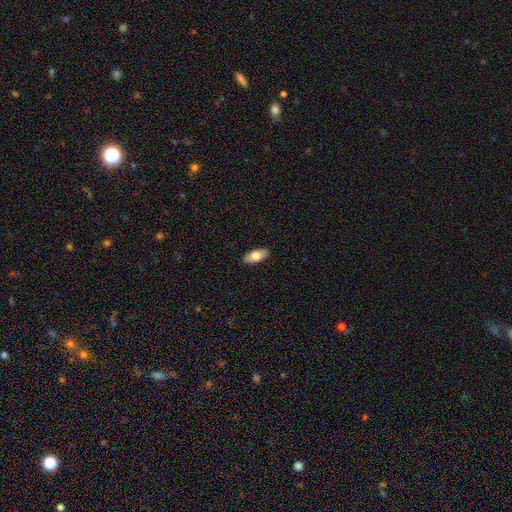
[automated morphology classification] This appears to be a smooth galaxy with no disk features (77%) that is in between round and cigar-shaped (89%). Merging: none (89%).